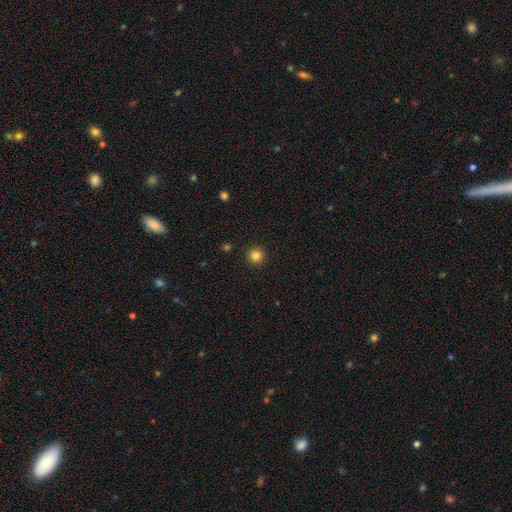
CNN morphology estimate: Smooth or featured?
  - smooth: 83% *
  - star or artifact: 12%
  - featured or disk: 5%
How rounded?
  - round: 95% *
  - in between: 4%
  - cigar-shaped: 1%
Merging?
  - none: 93% *
  - minor disturbance: 4%
  - major disturbance: 2%
  - merger: 1%